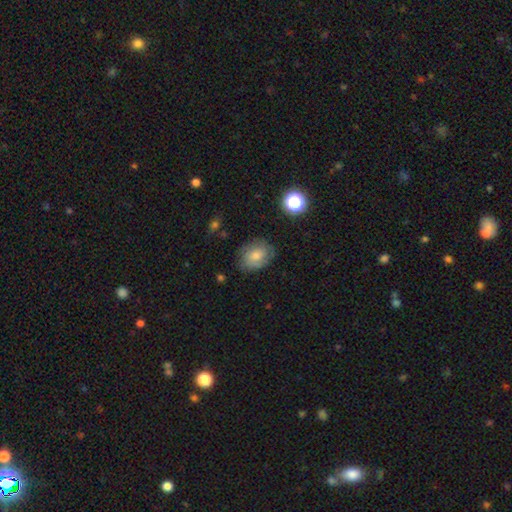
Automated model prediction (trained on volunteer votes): Smooth or featured? Predicted: smooth (p=0.55). How rounded? Predicted: in between (p=0.55). Merging? Predicted: none (p=0.77).